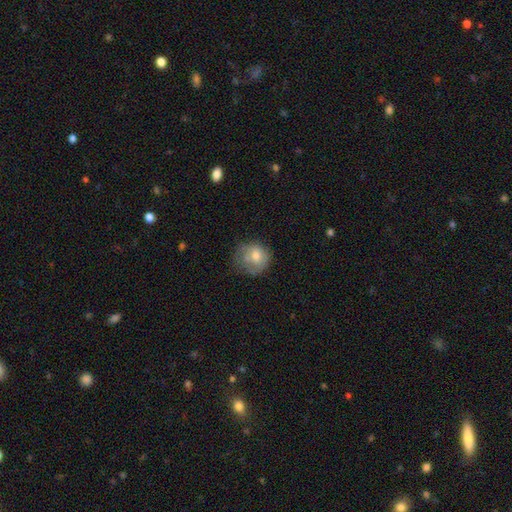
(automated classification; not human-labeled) smooth-or-featured: smooth: 66% | featured or disk: 25% | star or artifact: 9%
  how-rounded: round: 76% | in between: 23% | cigar-shaped: 1%
  merging: none: 48% | minor disturbance: 30% | major disturbance: 17% | merger: 4%